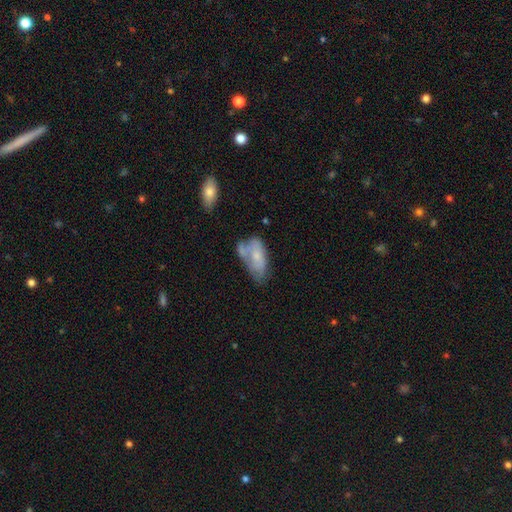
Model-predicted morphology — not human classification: Smooth or featured? Predicted: smooth (p=0.56). How rounded? Predicted: in between (p=0.91). Merging? Predicted: none (p=0.29).